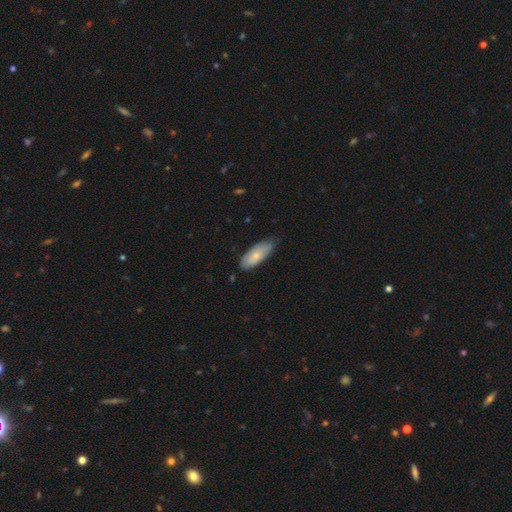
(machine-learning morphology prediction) A smooth galaxy with no disk features (72%) that is in between round and cigar-shaped (76%).

Vote fractions:
- Smooth or featured? smooth: 72% / featured or disk: 23% / star or artifact: 6%
- How rounded? in between: 76% / cigar-shaped: 22% / round: 2%
- Merging? none: 70% / minor disturbance: 26% / major disturbance: 3% / merger: 1%